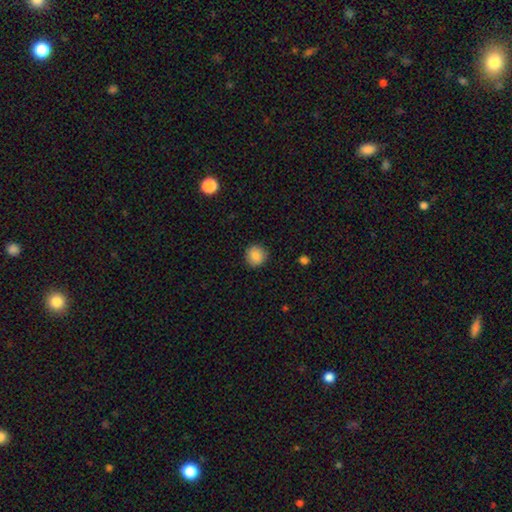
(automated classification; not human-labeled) Smooth or featured? smooth (85%)
How rounded? round (92%)
Merging? none (90%)